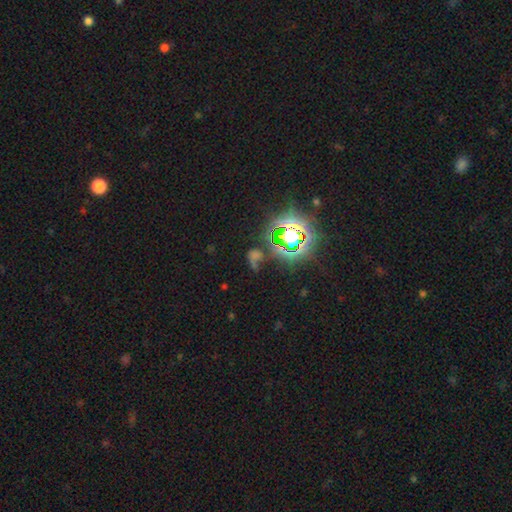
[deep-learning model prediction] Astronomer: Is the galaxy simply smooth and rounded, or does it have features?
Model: star or artifact — 65%.